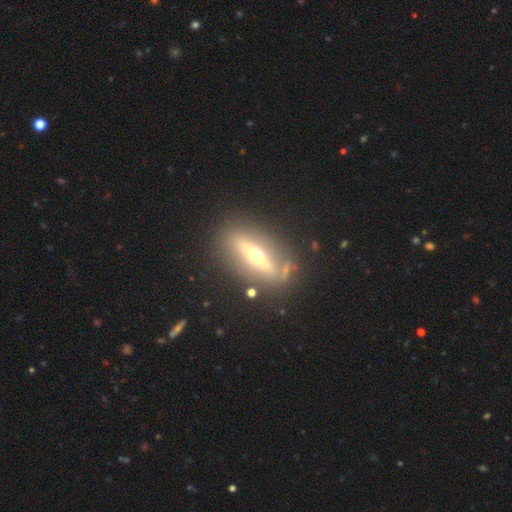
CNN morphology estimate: Overall: featured or disk (72%). Edge-on disk: yes (72%). Edge-on bulge: rounded (93%). Merging: none (80%).